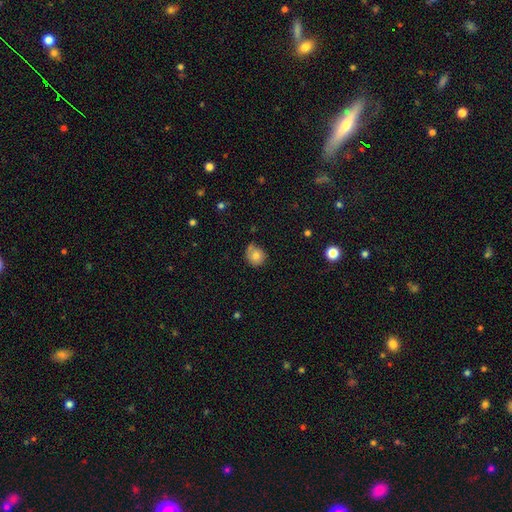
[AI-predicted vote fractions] Q: Smooth or featured?
A: smooth (74%); runner-up: featured or disk (16%)
Q: How rounded?
A: round (81%); runner-up: in between (18%)
Q: Merging?
A: none (62%); runner-up: minor disturbance (27%)